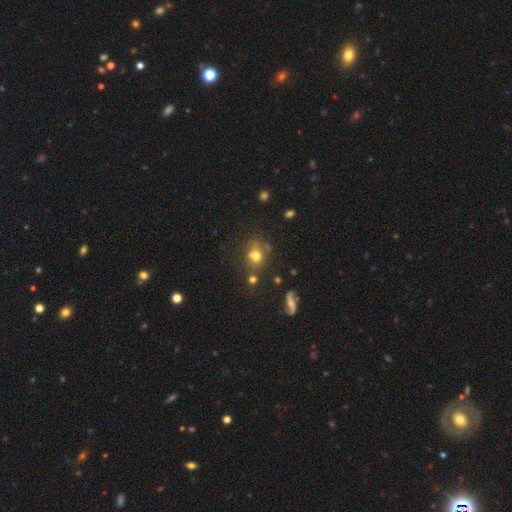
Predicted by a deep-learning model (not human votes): Morphology: type=smooth (67%); roundness=round (61%); merging=none (55%).